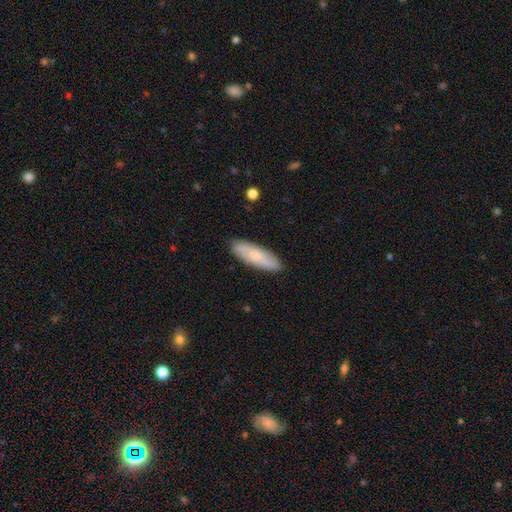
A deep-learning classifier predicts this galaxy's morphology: A smooth galaxy with no disk features (66%) that is in between round and cigar-shaped (51%). Merging: none (88%).